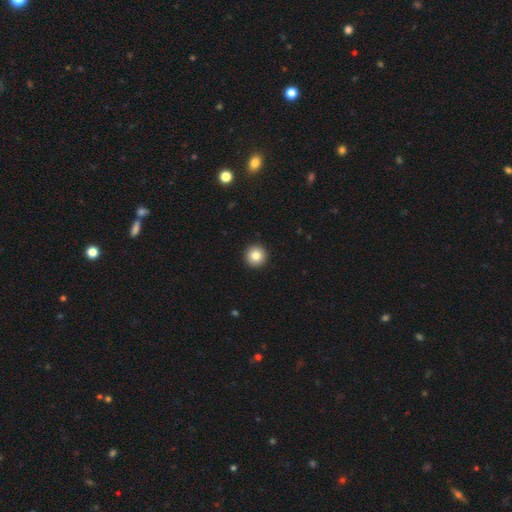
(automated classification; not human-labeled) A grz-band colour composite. It shows a smooth galaxy with no disk features (83%) that is round (96%). Merging: none (94%).